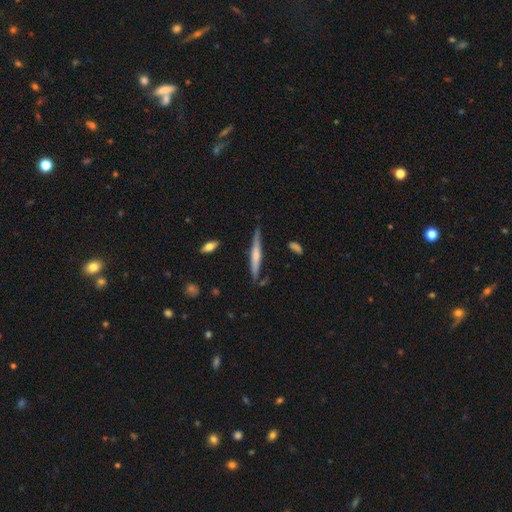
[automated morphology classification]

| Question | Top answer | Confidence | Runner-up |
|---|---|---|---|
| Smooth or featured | featured or disk | 51% | smooth (43%) |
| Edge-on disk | yes | 95% | no (5%) |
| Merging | none | 77% | minor disturbance (17%) |